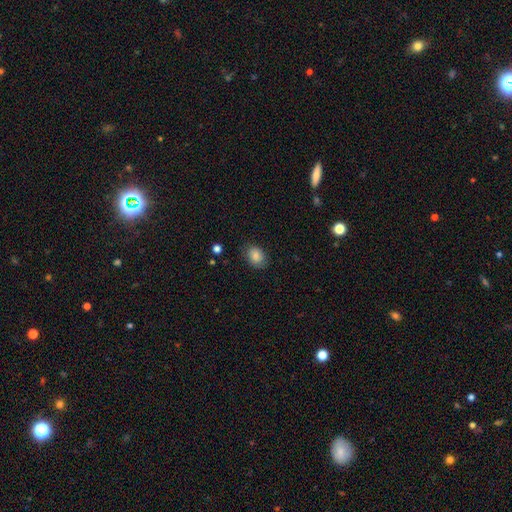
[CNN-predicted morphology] type=smooth (84%); roundness=in between (67%); merging=none (79%).